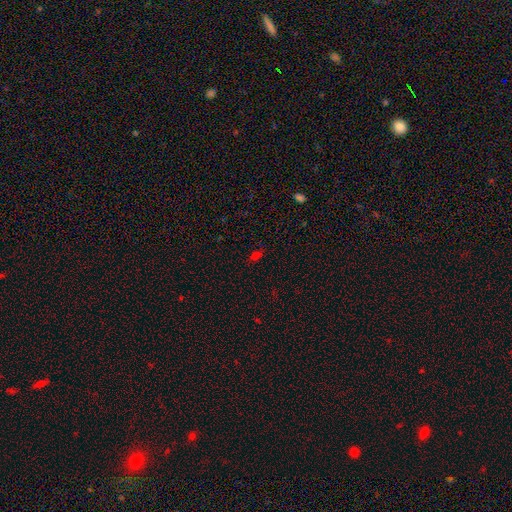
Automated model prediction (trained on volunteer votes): Smooth or featured: smooth — 59% (star or artifact — 34%)
How rounded: in between — 83% (round — 12%)
Merging: none — 78% (minor disturbance — 14%)